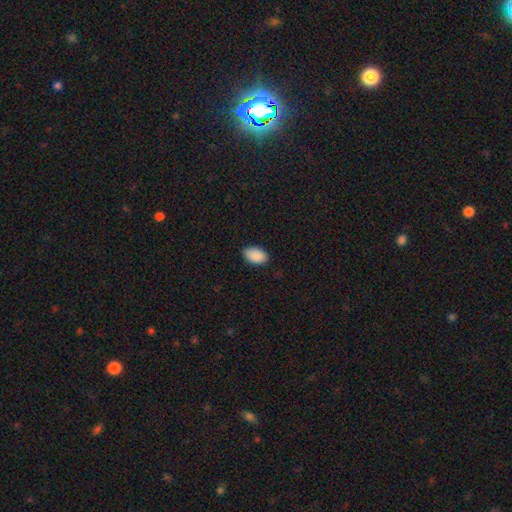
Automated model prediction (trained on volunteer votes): Overall: smooth (91%). How rounded: in between (93%). Merging: none (87%).